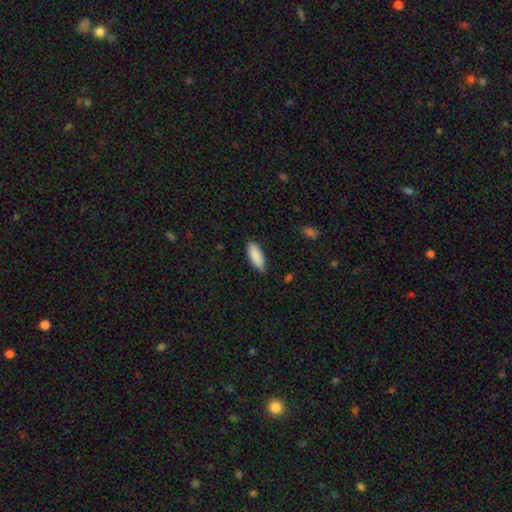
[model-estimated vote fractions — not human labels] Smooth or featured? smooth (90%)
How rounded? in between (79%)
Merging? none (83%)